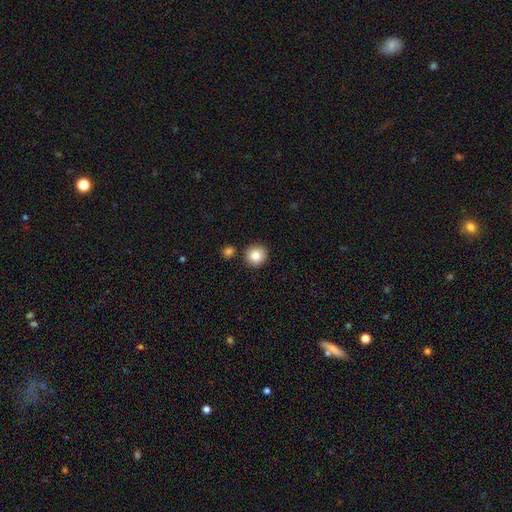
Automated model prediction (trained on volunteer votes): This is clearly a smooth galaxy (85%). How rounded: clearly round (92%). Merging: clearly none (86%).